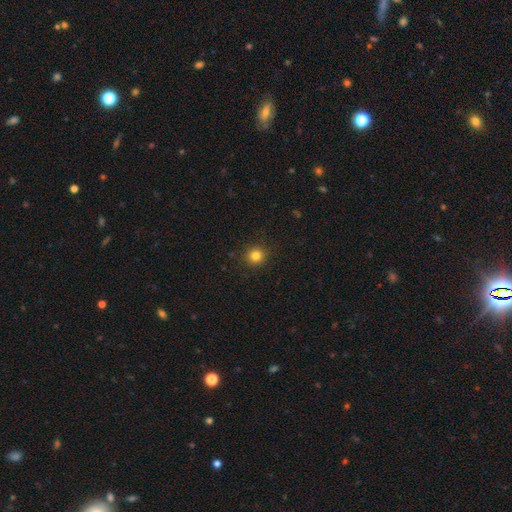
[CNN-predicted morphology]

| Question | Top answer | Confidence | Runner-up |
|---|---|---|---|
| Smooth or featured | smooth | 82% | star or artifact (13%) |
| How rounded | round | 92% | in between (7%) |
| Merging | none | 91% | minor disturbance (6%) |